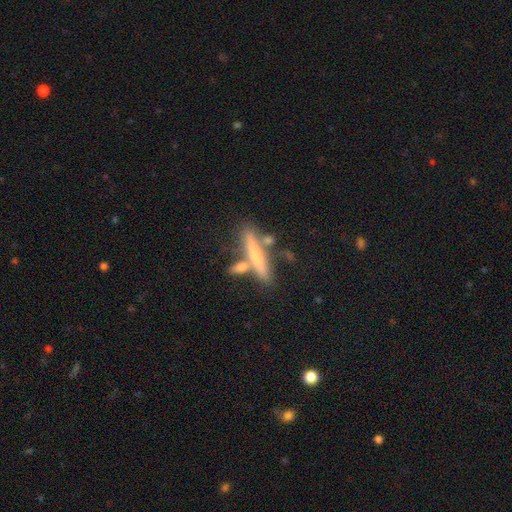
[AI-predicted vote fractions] Smooth or featured: featured or disk — 49% (smooth — 44%)
Merging: none — 58% (merger — 24%)